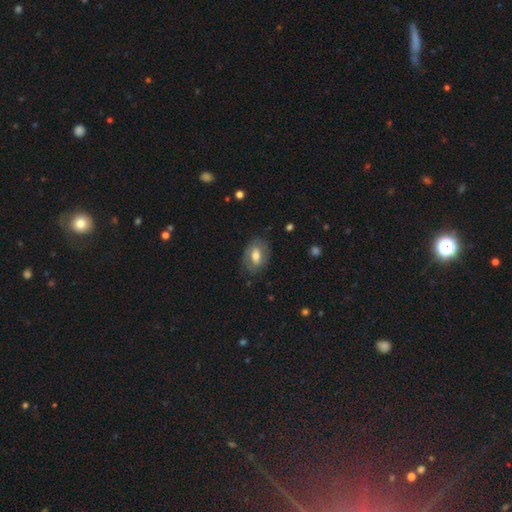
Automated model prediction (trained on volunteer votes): Morphology: type=smooth (51%); roundness=in between (83%); merging=none (75%).